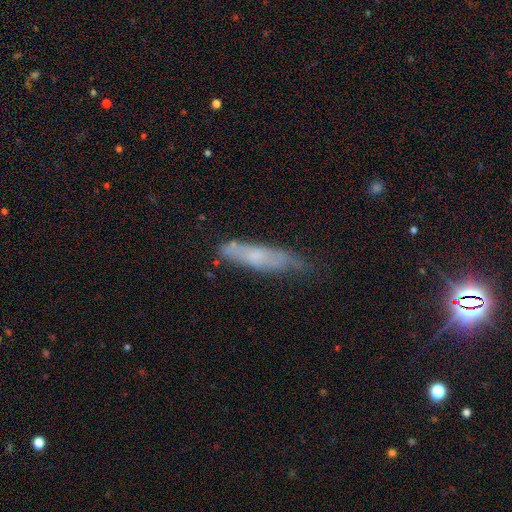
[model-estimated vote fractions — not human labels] Morphology: type=smooth (55%); roundness=cigar-shaped (79%); merging=none (53%).